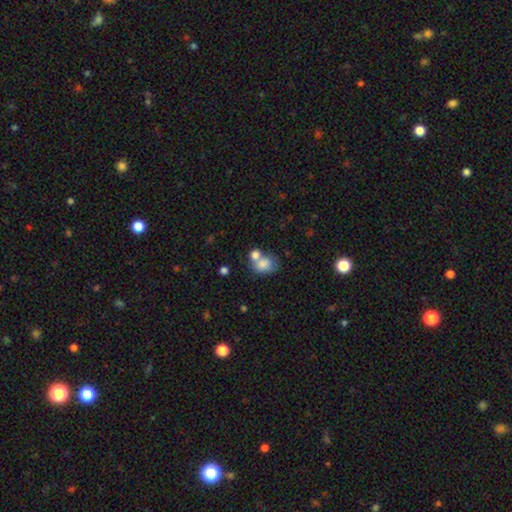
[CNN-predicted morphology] Smooth or featured? Predicted: smooth (p=0.77). How rounded? Predicted: in between (p=0.57). Merging? Predicted: merger (p=0.55).